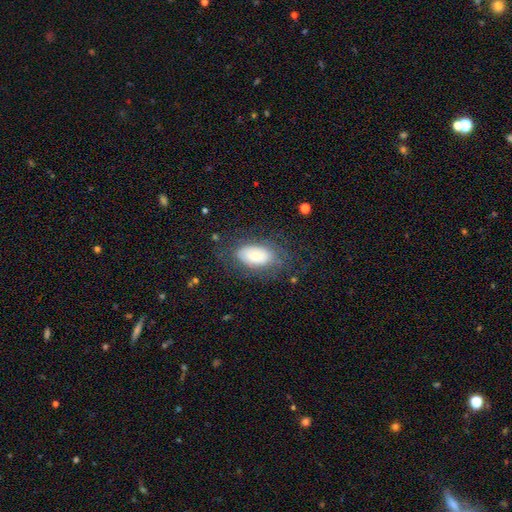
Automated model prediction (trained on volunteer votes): Smooth or featured? smooth (60%)
How rounded? in between (92%)
Merging? none (68%)